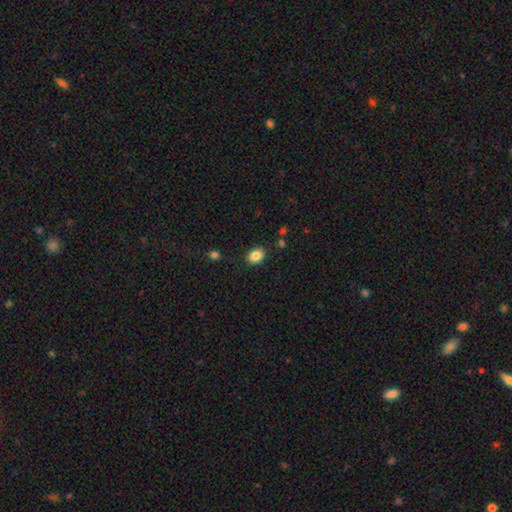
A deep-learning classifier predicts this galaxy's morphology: Smooth or featured?
  - smooth: 86% *
  - star or artifact: 9%
  - featured or disk: 5%
How rounded?
  - in between: 61% *
  - round: 38%
  - cigar-shaped: 1%
Merging?
  - none: 86% *
  - minor disturbance: 10%
  - major disturbance: 3%
  - merger: 2%